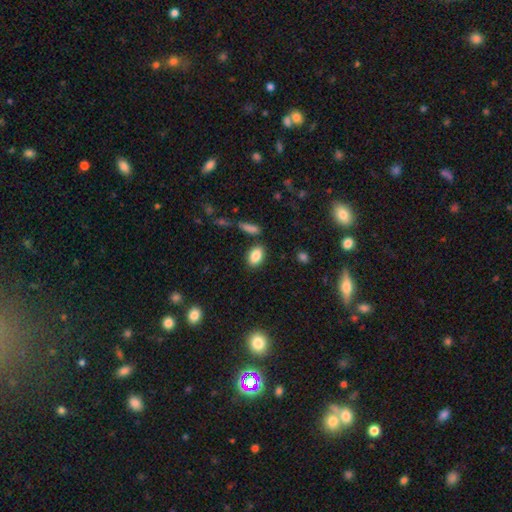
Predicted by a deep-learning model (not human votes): This is clearly a smooth galaxy (86%). How rounded: clearly in between (88%). Merging: clearly none (81%).